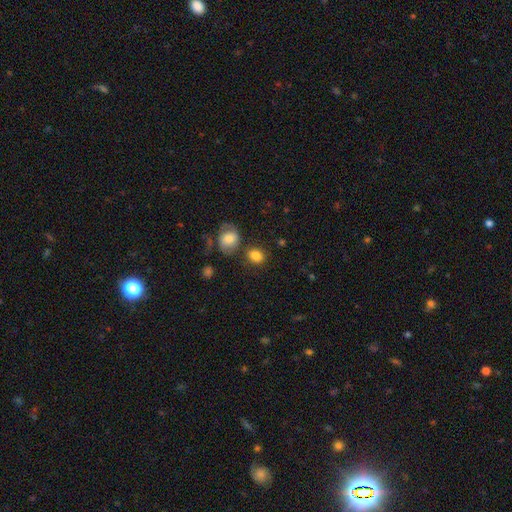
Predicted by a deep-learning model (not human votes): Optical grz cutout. It shows a smooth galaxy with no disk features (84%) that is round (53%). Merging: none (71%).